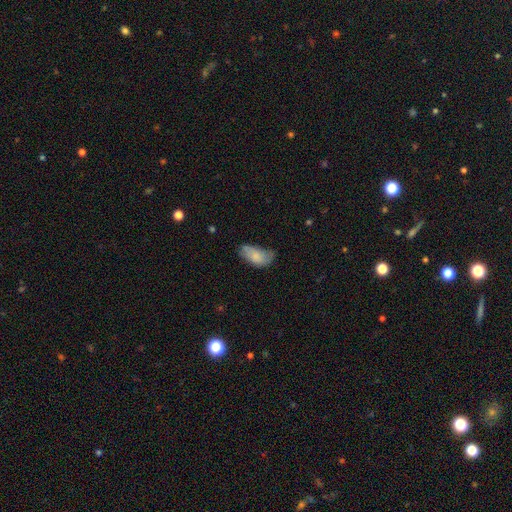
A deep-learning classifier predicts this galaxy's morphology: The model was most divided on "merging": none: 42%, minor disturbance: 39%, major disturbance: 15%, merger: 4%. More confident: how rounded — in between (94%); smooth or featured — smooth (71%).